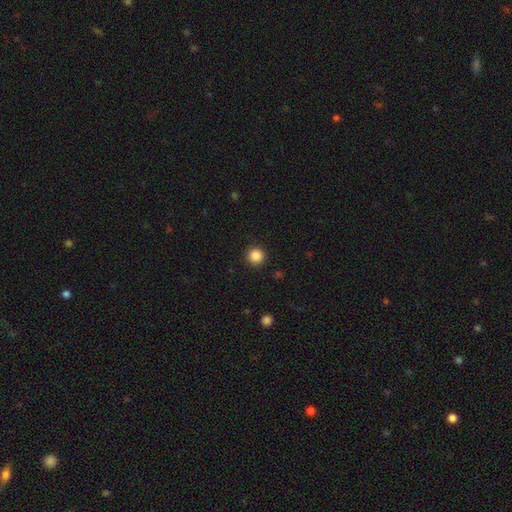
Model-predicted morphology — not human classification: smooth_or_featured: smooth (p=0.87) [alt: star or artifact p=0.10]
how_rounded: round (p=0.96) [alt: in between p=0.03]
merging: none (p=0.93) [alt: minor disturbance p=0.04]